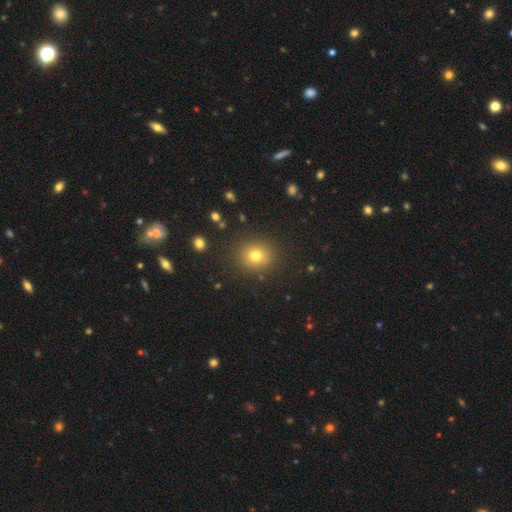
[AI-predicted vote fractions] A smooth galaxy with no disk features (76%) that is round (81%).

Vote fractions:
- Smooth or featured? smooth: 76% / star or artifact: 15% / featured or disk: 9%
- How rounded? round: 81% / in between: 18% / cigar-shaped: 1%
- Merging? none: 88% / minor disturbance: 7% / major disturbance: 3% / merger: 2%